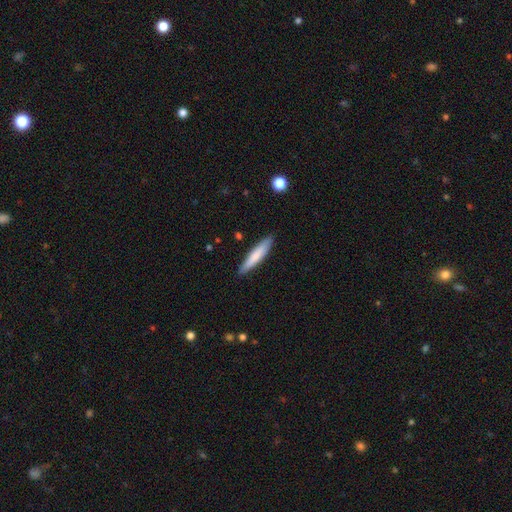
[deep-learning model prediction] A smooth galaxy with no disk features (76%) that is cigar-shaped (88%).

Vote fractions:
- Smooth or featured? smooth: 76% / featured or disk: 19% / star or artifact: 5%
- How rounded? cigar-shaped: 88% / in between: 11% / round: 1%
- Merging? none: 88% / minor disturbance: 9% / major disturbance: 2% / merger: 1%